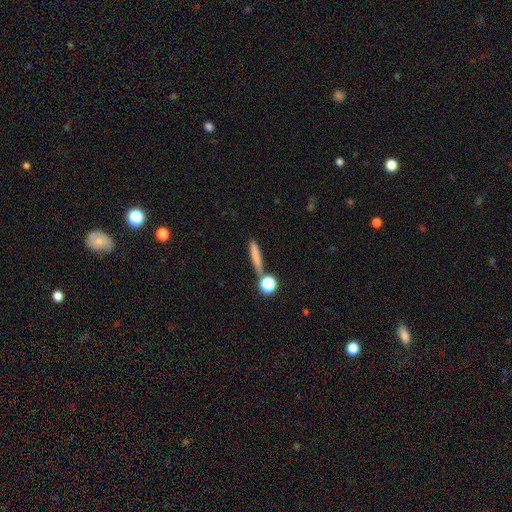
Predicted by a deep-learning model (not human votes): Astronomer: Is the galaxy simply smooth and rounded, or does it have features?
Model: smooth — 74%.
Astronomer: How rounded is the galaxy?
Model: cigar-shaped — 79%.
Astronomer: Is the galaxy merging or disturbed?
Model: none — 74%.